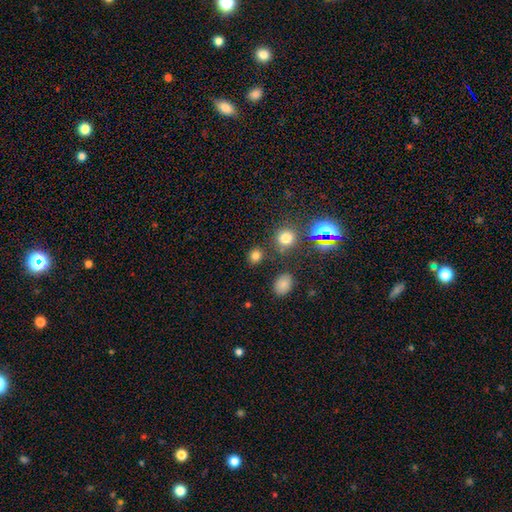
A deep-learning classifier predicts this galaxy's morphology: Smooth or featured? smooth (76%)
How rounded? round (71%)
Merging? none (81%)